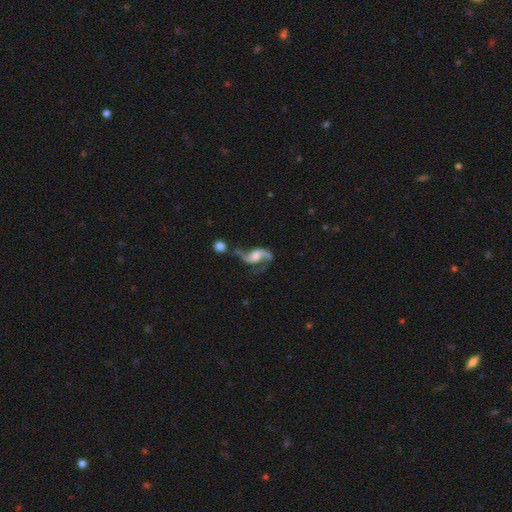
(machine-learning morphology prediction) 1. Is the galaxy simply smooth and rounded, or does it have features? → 87% featured or disk, 8% smooth, 6% star or artifact.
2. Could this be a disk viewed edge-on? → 97% no, 3% yes.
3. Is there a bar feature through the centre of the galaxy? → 49% no, 39% weak, 12% strong.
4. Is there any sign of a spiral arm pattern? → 96% yes, 4% no.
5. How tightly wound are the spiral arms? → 70% loose, 25% medium, 5% tight.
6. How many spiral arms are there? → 91% 2, 4% 1, 2% can't tell, 1% 3, 1% 4, 1% more than 4.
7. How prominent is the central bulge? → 39% moderate, 25% large, 19% small, 14% none, 3% dominant.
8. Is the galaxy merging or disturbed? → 45% none, 21% merger, 18% major disturbance, 17% minor disturbance.